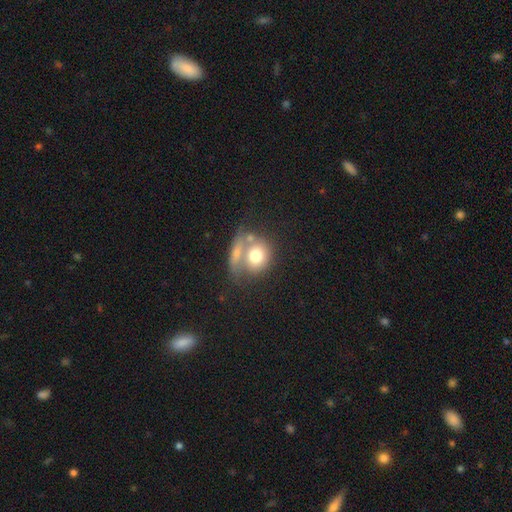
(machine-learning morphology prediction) type=smooth (69%); roundness=round (68%); merging=merger (44%).